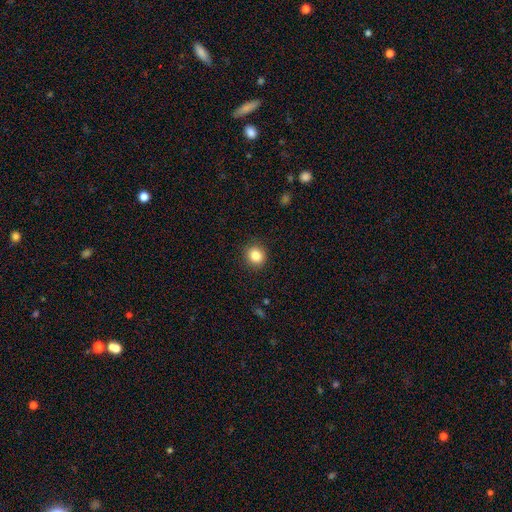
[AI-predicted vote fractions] A smooth galaxy with no disk features (84%) that is round (86%).

Vote fractions:
- Smooth or featured? smooth: 84% / star or artifact: 11% / featured or disk: 6%
- How rounded? round: 86% / in between: 13% / cigar-shaped: 1%
- Merging? none: 91% / minor disturbance: 6% / major disturbance: 2% / merger: 1%